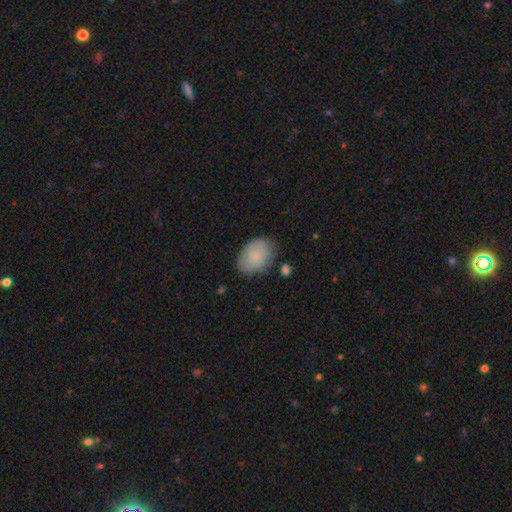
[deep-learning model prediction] Smooth or featured? Predicted: smooth (p=0.81). How rounded? Predicted: in between (p=0.79). Merging? Predicted: none (p=0.73).